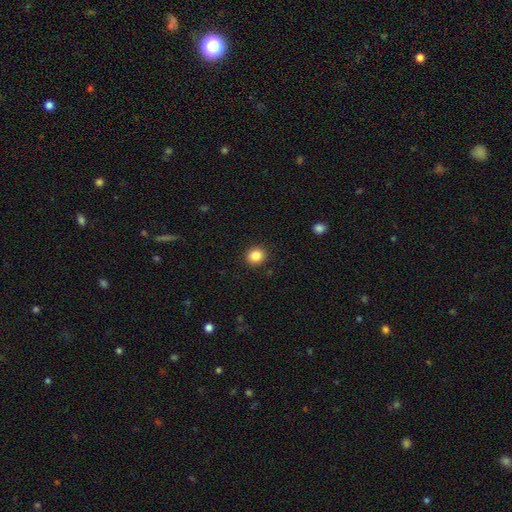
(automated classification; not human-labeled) The model was most divided on "how rounded": round: 81%, in between: 19%, cigar-shaped: 1%. More confident: merging — none (91%); smooth or featured — smooth (86%).